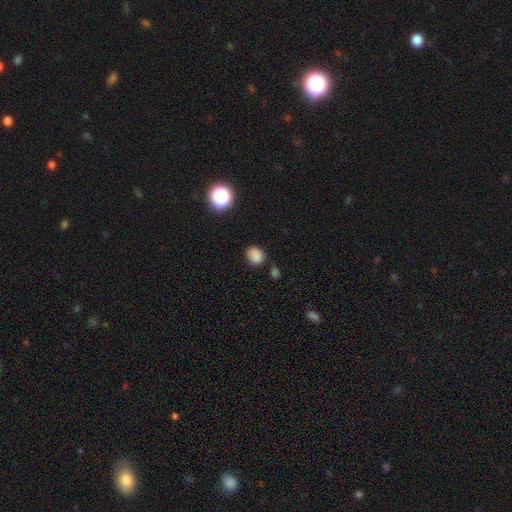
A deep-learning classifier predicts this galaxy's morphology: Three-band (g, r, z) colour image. It shows a smooth galaxy with no disk features (83%) that is round (68%). Merging: none (76%).